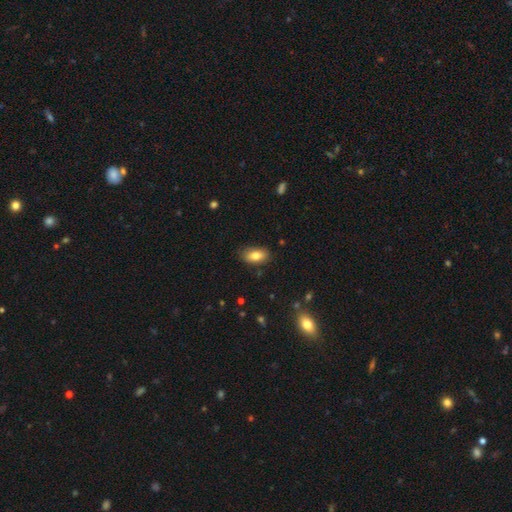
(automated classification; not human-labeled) Smooth or featured?
  - smooth: 80% *
  - featured or disk: 12%
  - star or artifact: 8%
How rounded?
  - in between: 90% *
  - cigar-shaped: 5%
  - round: 5%
Merging?
  - none: 83% *
  - minor disturbance: 13%
  - major disturbance: 3%
  - merger: 1%